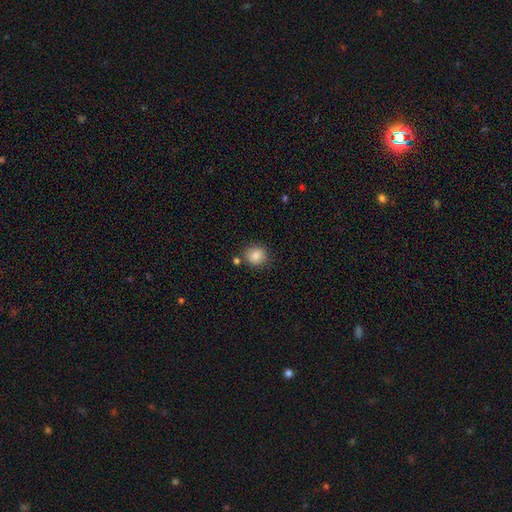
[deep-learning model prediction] smooth-or-featured: smooth: 86% | star or artifact: 9% | featured or disk: 5%
  how-rounded: round: 86% | in between: 14% | cigar-shaped: 1%
  merging: none: 81% | minor disturbance: 10% | merger: 7% | major disturbance: 3%